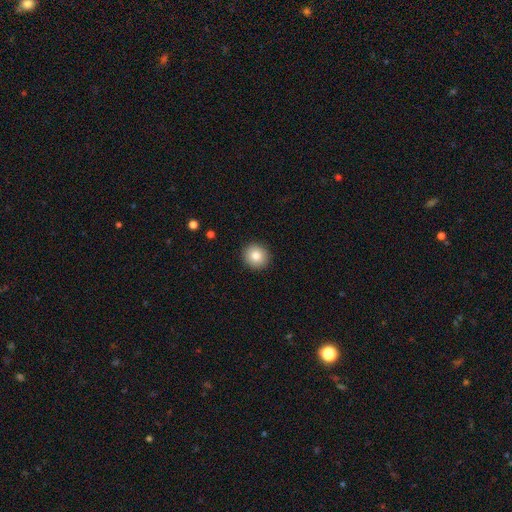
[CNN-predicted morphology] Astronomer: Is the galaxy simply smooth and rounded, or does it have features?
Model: smooth — 83%.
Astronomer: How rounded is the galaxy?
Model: round — 91%.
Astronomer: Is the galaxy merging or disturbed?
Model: none — 92%.